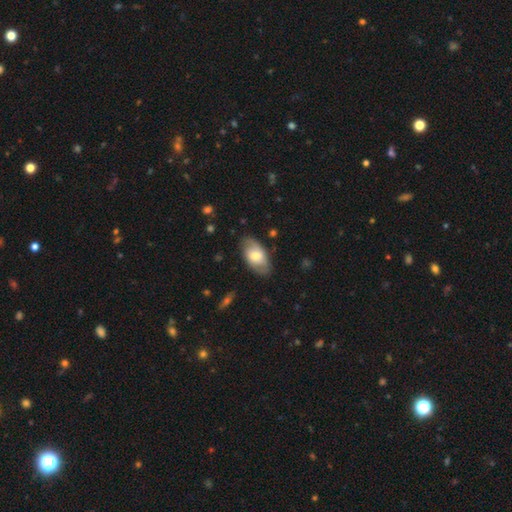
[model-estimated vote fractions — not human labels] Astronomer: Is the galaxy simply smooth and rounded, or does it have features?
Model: smooth — 60%.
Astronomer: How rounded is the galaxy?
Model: in between — 93%.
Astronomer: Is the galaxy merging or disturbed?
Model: none — 78%.